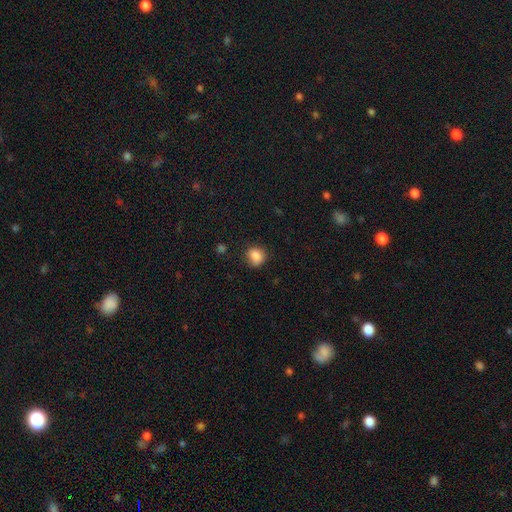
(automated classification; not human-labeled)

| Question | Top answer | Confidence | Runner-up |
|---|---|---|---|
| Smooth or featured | smooth | 86% | star or artifact (10%) |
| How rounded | round | 71% | in between (28%) |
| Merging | none | 75% | minor disturbance (19%) |